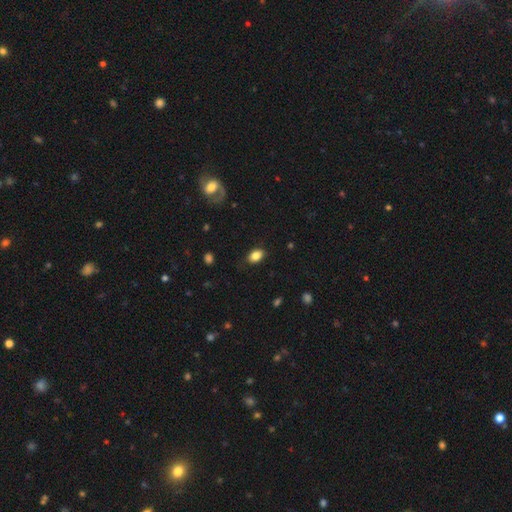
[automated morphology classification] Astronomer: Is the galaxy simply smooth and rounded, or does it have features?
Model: smooth — 83%.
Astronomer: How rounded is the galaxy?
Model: in between — 84%.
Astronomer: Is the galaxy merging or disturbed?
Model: none — 83%.